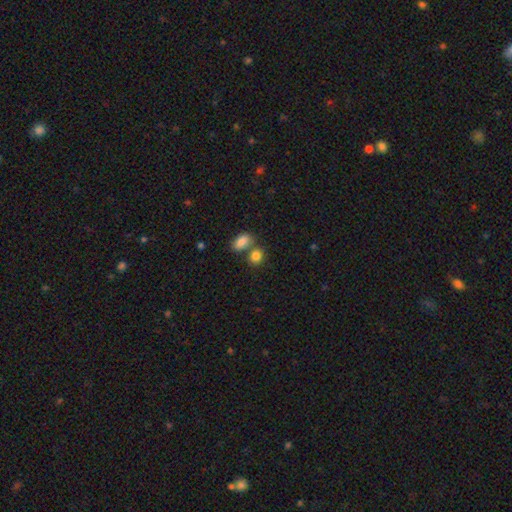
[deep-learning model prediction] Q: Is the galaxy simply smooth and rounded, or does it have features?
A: smooth — 84%.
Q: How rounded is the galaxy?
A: in between — 51%.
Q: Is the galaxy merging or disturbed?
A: none — 53%.